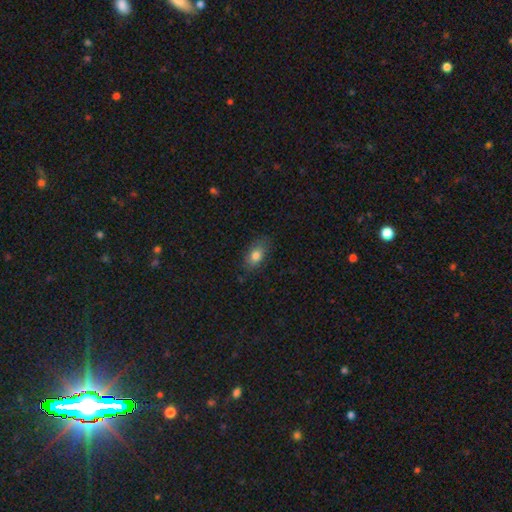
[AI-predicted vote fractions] Smooth or featured: smooth — 80% (featured or disk — 11%)
How rounded: in between — 86% (round — 10%)
Merging: none — 78% (minor disturbance — 17%)